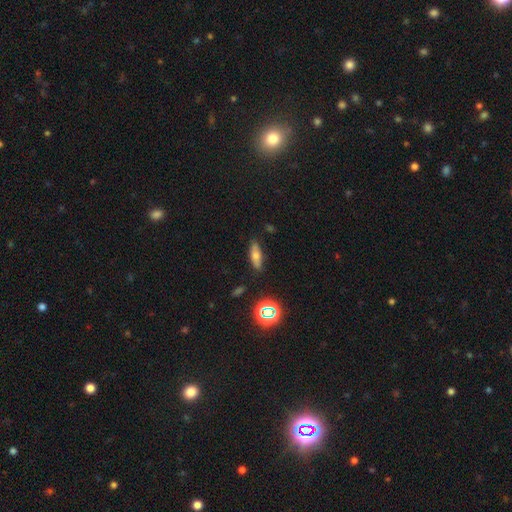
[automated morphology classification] Q: Smooth or featured?
A: smooth (59%); runner-up: featured or disk (26%)
Q: How rounded?
A: in between (53%); runner-up: cigar-shaped (42%)
Q: Merging?
A: none (83%); runner-up: minor disturbance (12%)